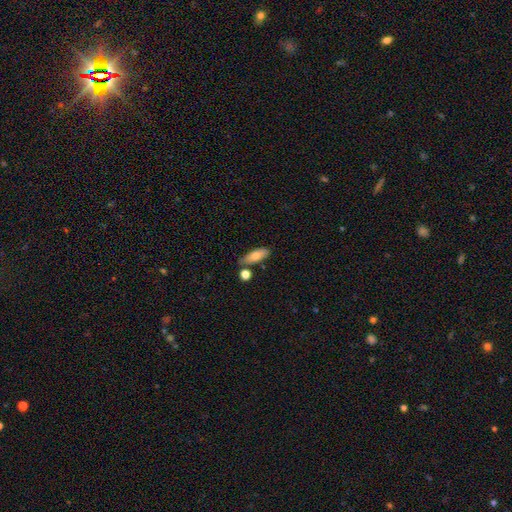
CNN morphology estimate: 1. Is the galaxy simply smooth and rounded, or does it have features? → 75% smooth, 17% featured or disk, 7% star or artifact.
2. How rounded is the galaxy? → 68% in between, 29% cigar-shaped, 3% round.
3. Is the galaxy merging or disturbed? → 70% none, 16% minor disturbance, 10% merger, 4% major disturbance.